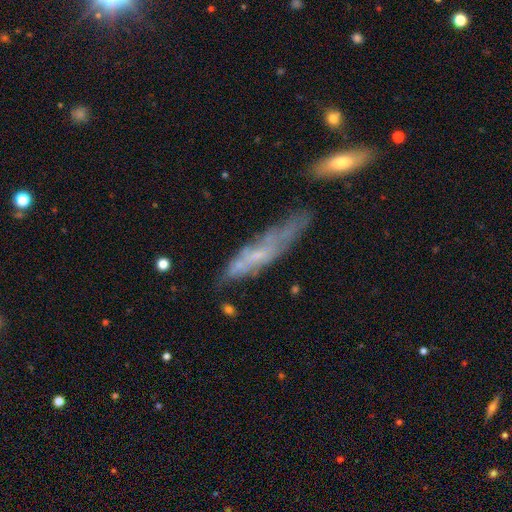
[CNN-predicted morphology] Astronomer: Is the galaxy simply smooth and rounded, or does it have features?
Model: featured or disk — 52% (runner-up: smooth, 39%).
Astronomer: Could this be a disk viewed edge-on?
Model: yes — 52% (runner-up: no, 48%).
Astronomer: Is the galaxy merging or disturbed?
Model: none — 52% (runner-up: minor disturbance, 28%).